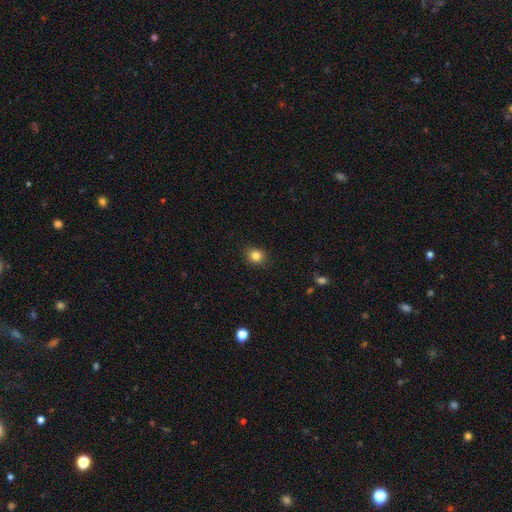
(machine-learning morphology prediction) Q: Smooth or featured?
A: smooth (83%); runner-up: star or artifact (12%)
Q: How rounded?
A: round (74%); runner-up: in between (26%)
Q: Merging?
A: none (89%); runner-up: minor disturbance (8%)